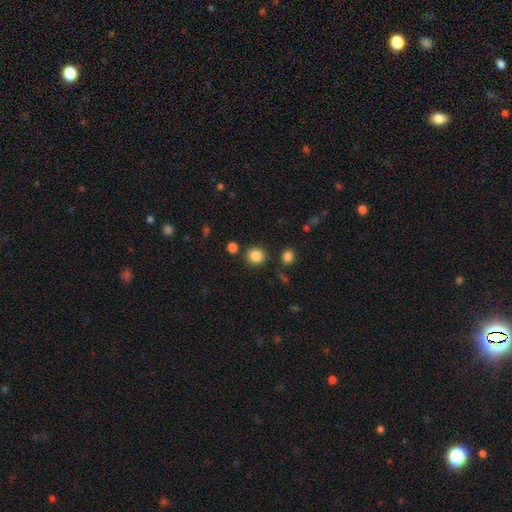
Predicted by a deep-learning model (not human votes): The model was most divided on "smooth or featured": smooth: 86%, star or artifact: 10%, featured or disk: 4%. More confident: how rounded — round (89%); merging — none (86%).